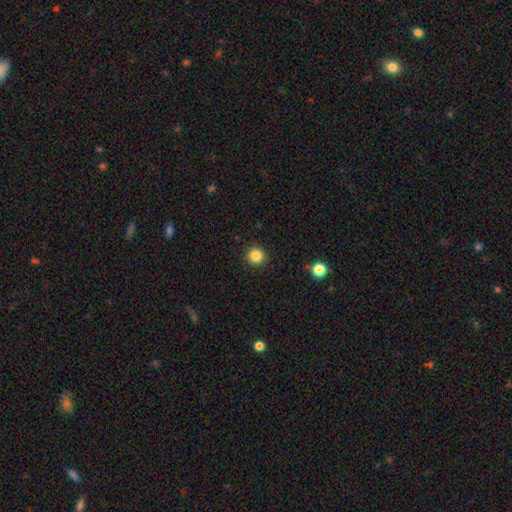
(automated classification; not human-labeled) smooth_or_featured: smooth (p=0.85) [alt: star or artifact p=0.11]
how_rounded: round (p=0.94) [alt: in between p=0.05]
merging: none (p=0.91) [alt: minor disturbance p=0.05]